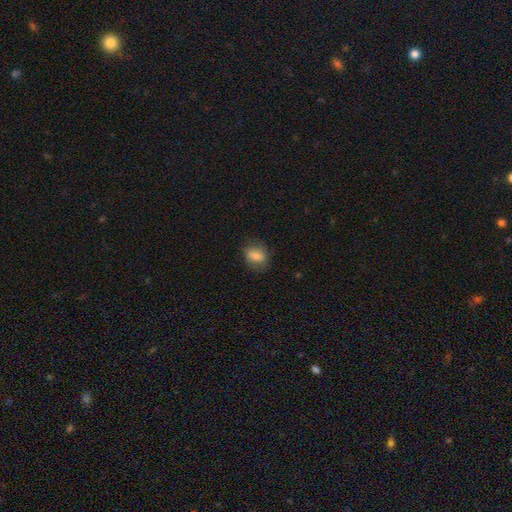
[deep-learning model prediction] This appears to be a smooth galaxy with no disk features (79%) that is in between round and cigar-shaped (67%). Merging: none (75%).